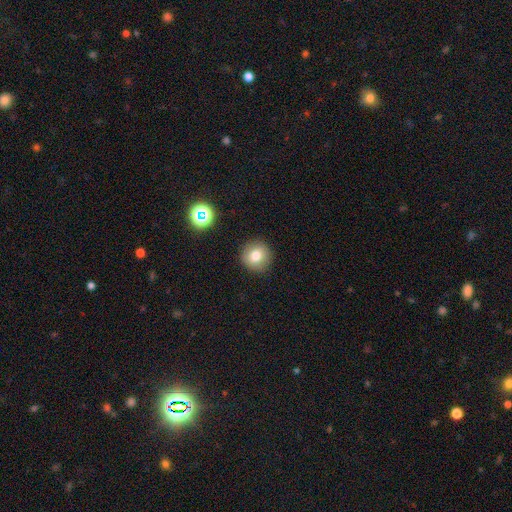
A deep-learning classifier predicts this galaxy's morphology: smooth-or-featured: smooth: 77% | star or artifact: 12% | featured or disk: 11%
  how-rounded: round: 94% | in between: 5% | cigar-shaped: 1%
  merging: none: 90% | minor disturbance: 6% | major disturbance: 2% | merger: 1%